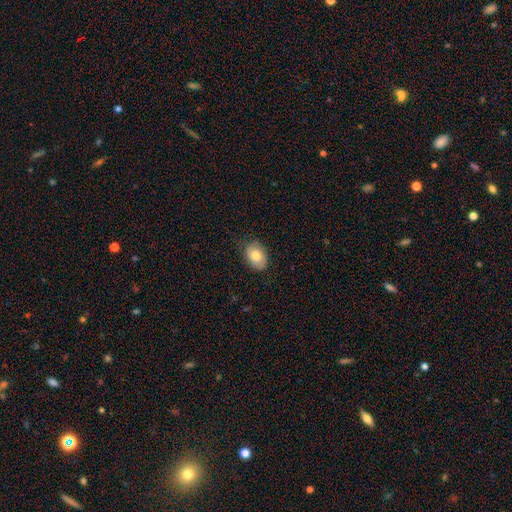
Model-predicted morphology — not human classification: A smooth galaxy with no disk features (78%) that is in between round and cigar-shaped (81%).

Vote fractions:
- Smooth or featured? smooth: 78% / featured or disk: 15% / star or artifact: 7%
- How rounded? in between: 81% / round: 18% / cigar-shaped: 1%
- Merging? none: 79% / minor disturbance: 17% / major disturbance: 3% / merger: 1%